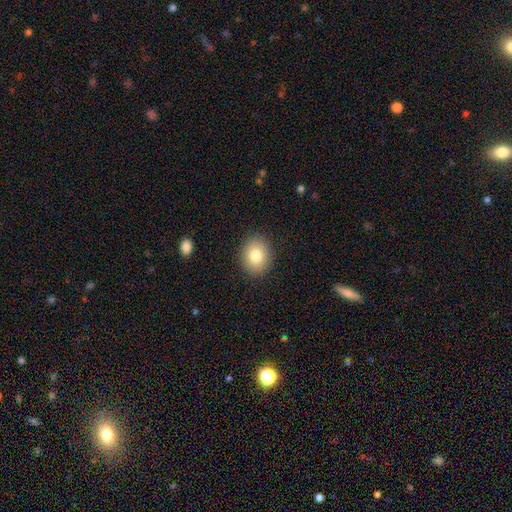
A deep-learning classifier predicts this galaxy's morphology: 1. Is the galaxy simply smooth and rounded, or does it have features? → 82% smooth, 10% featured or disk, 9% star or artifact.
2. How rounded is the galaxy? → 54% round, 45% in between, 1% cigar-shaped.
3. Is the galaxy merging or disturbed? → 90% none, 7% minor disturbance, 2% major disturbance, 1% merger.